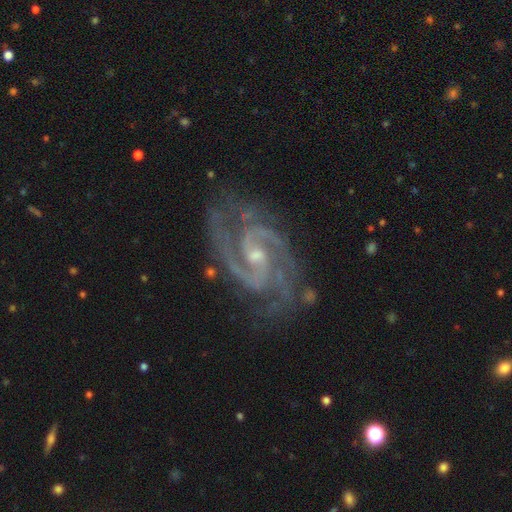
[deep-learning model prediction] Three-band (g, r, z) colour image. It shows a featured or disk galaxy (94%) with a weak bar (47%), 2 (80%) medium (52%) spiral arms (99%) and a small central bulge (59%). Merging: none (75%).